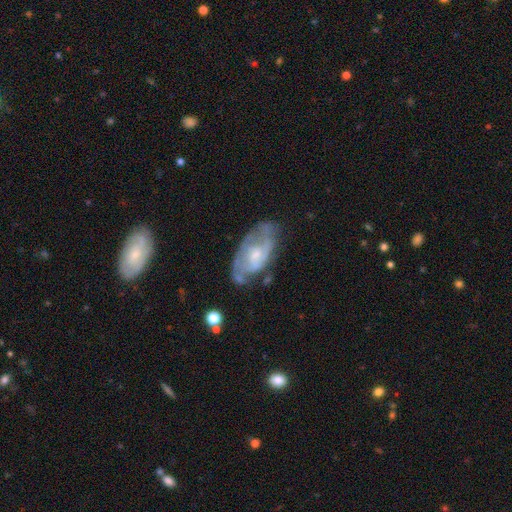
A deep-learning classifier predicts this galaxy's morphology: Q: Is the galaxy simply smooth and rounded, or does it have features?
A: featured or disk — 75%.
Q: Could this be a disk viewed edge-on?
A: no — 94%.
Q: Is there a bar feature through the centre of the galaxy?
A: no — 59%.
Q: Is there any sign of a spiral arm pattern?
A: yes — 80%.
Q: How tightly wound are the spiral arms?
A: medium — 43%.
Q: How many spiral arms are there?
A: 2 — 48%.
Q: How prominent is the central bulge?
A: small — 55%.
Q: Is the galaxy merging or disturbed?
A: none — 56%.